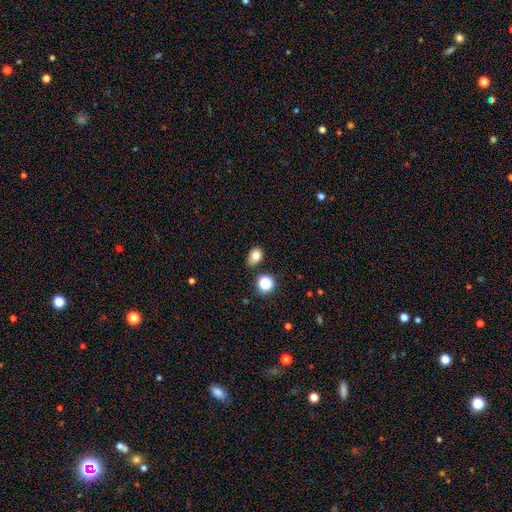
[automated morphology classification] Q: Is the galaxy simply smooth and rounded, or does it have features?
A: smooth — 78%.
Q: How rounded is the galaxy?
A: in between — 66%.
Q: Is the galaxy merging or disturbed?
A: none — 74%.